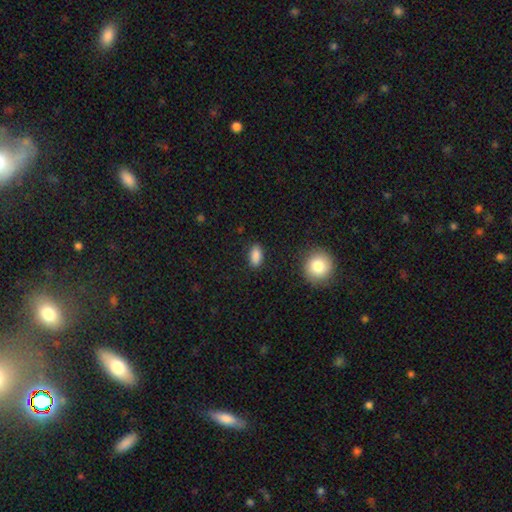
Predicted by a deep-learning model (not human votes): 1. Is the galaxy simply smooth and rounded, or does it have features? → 87% smooth, 9% star or artifact, 4% featured or disk.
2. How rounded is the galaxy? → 90% in between, 6% round, 4% cigar-shaped.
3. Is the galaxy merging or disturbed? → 86% none, 10% minor disturbance, 2% major disturbance, 2% merger.